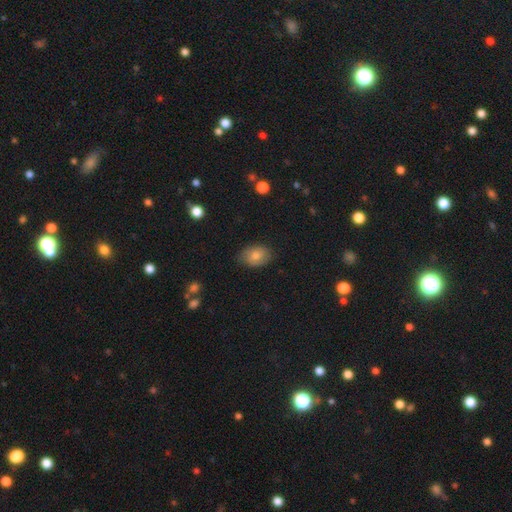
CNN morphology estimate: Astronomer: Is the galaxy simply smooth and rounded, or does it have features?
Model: smooth — 73%.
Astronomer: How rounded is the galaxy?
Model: in between — 76%.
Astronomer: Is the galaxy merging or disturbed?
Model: none — 78%.